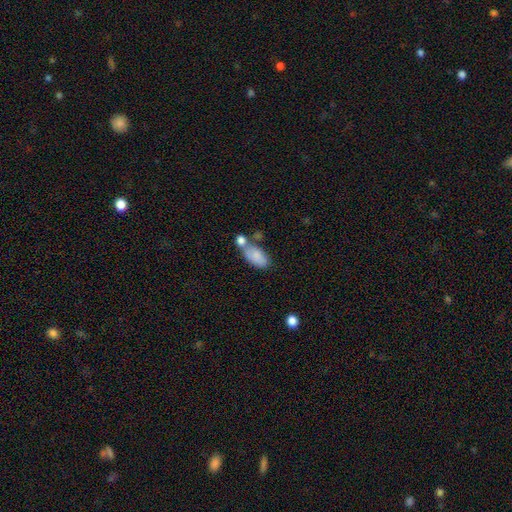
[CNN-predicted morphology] Overall: smooth (81%). How rounded: in between (92%). Merging: none (39%; merger 37%).